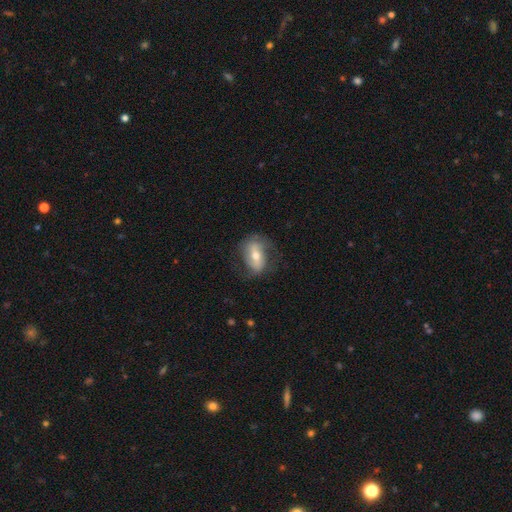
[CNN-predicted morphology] Overall: featured or disk (55%; smooth 38%). Edge-on disk: no (89%). Merging: none (67%).